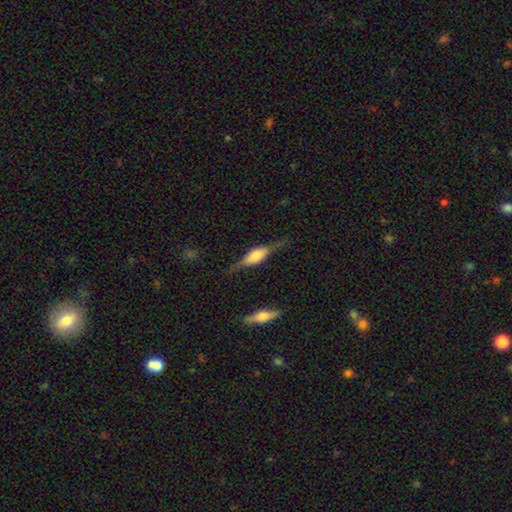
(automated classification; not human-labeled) Smooth or featured?
  - featured or disk: 61% *
  - smooth: 33%
  - star or artifact: 6%
Edge-on disk?
  - yes: 94% *
  - no: 6%
Edge-on bulge?
  - rounded: 67% *
  - boxy: 29%
  - none: 4%
Merging?
  - none: 69% *
  - minor disturbance: 20%
  - major disturbance: 8%
  - merger: 3%